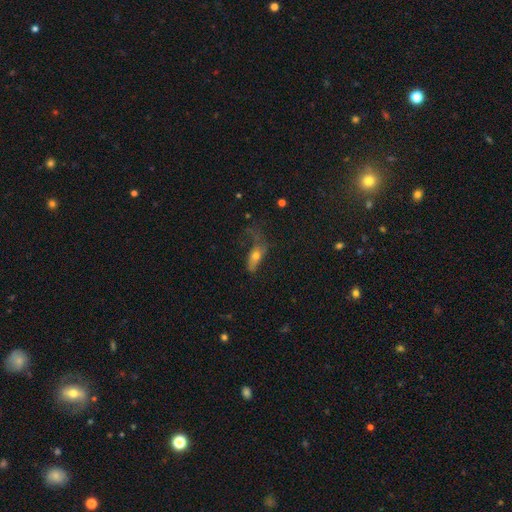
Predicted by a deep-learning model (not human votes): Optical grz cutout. It shows a featured or disk galaxy (45%). Merging: major disturbance (40%).